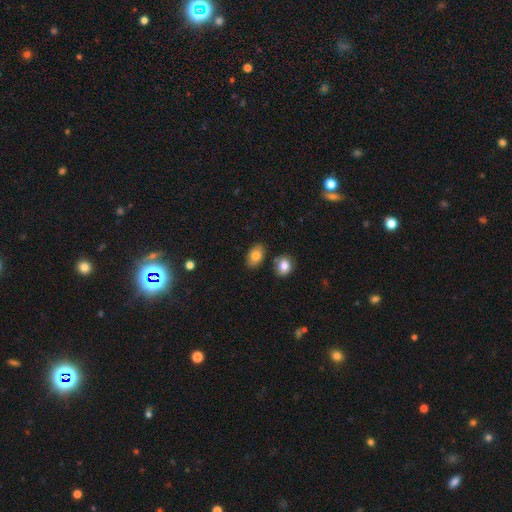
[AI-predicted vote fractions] This is clearly a smooth galaxy (82%). How rounded: clearly in between (87%). Merging: likely none (79%).